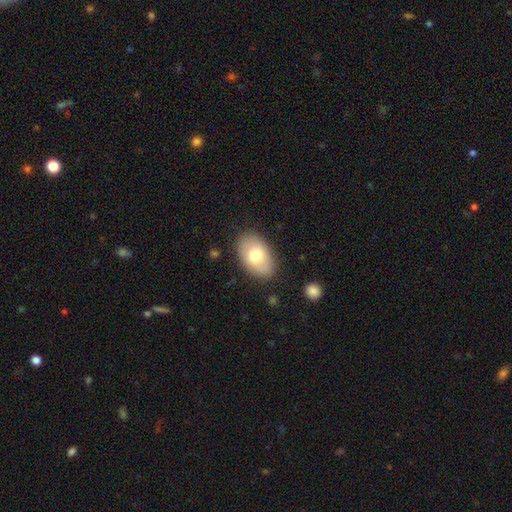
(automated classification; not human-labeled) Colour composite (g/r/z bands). It shows a smooth galaxy with no disk features (73%) that is in between round and cigar-shaped (91%). Merging: none (83%).